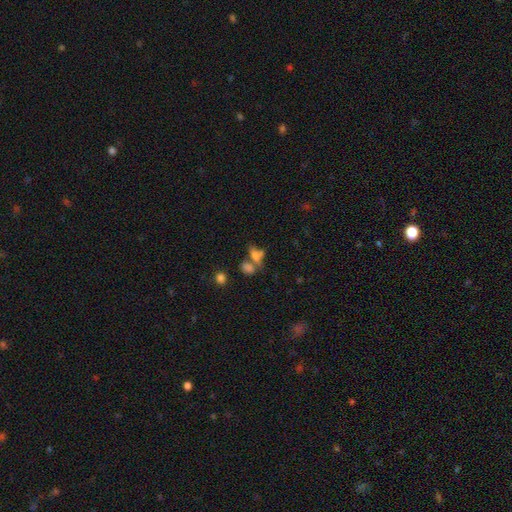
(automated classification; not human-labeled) Smooth or featured?
  - smooth: 64% *
  - featured or disk: 20%
  - star or artifact: 16%
How rounded?
  - in between: 69% *
  - round: 18%
  - cigar-shaped: 12%
Merging?
  - merger: 46% *
  - none: 34%
  - minor disturbance: 12%
  - major disturbance: 9%